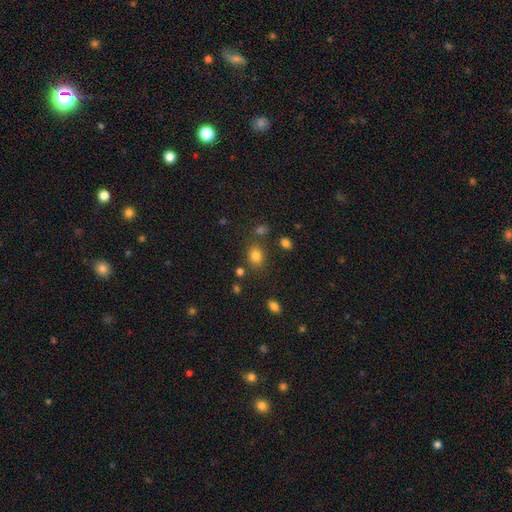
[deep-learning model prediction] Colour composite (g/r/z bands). It shows a smooth galaxy with no disk features (80%) that is in between round and cigar-shaped (52%). Merging: none (76%).